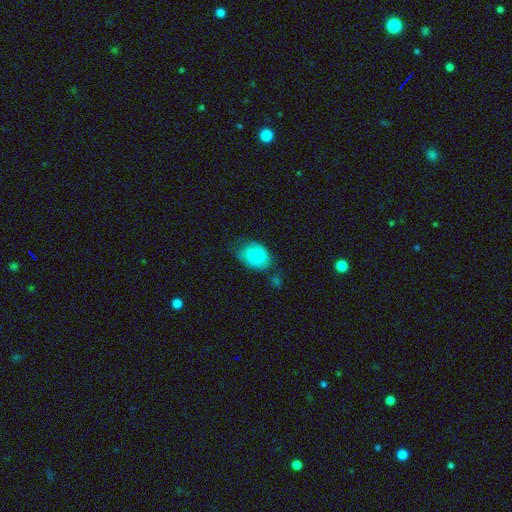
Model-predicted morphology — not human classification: type=smooth (82%); roundness=in between (75%); merging=none (56%).